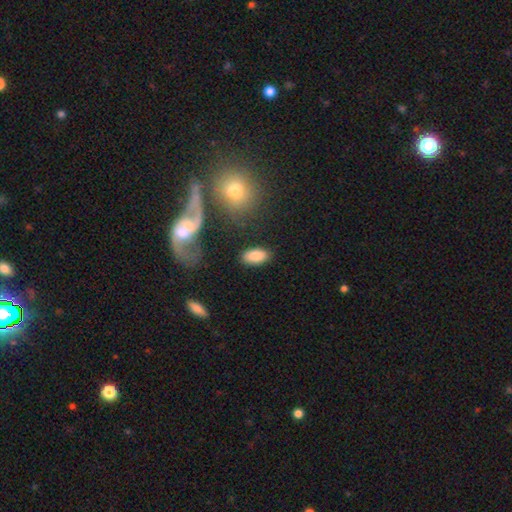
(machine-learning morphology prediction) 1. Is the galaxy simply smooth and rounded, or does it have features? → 84% smooth, 8% star or artifact, 8% featured or disk.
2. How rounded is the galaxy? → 93% in between, 4% round, 4% cigar-shaped.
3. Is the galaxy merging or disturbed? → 83% none, 11% minor disturbance, 3% major disturbance, 3% merger.